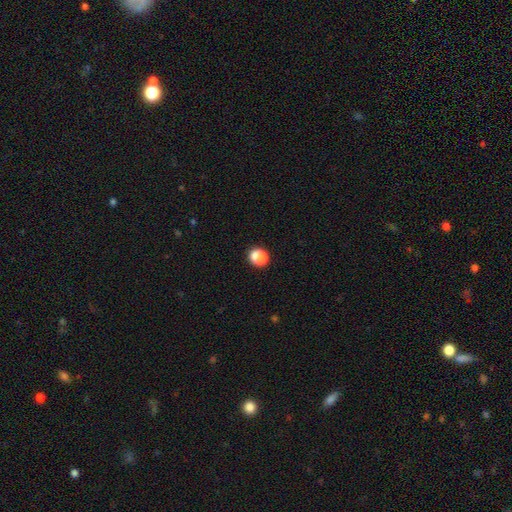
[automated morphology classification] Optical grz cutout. It shows a smooth galaxy with no disk features (79%) that is round (57%). Merging: none (59%).